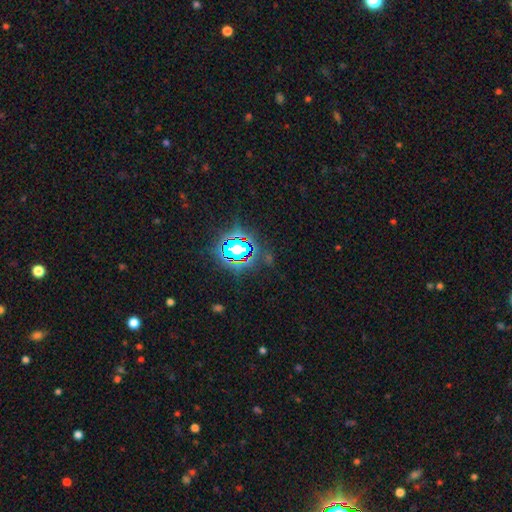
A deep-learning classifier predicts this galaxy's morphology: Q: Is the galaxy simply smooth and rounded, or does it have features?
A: star or artifact — 83%.